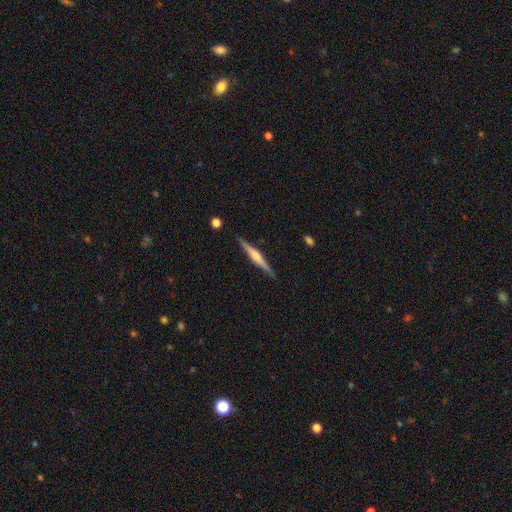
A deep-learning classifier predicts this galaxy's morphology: A featured or disk galaxy (74%) viewed edge-on (98%) with a rounded central bulge (71%). Merging: none (90%).